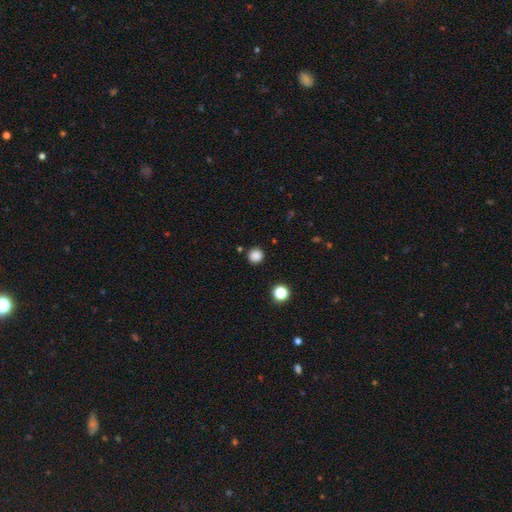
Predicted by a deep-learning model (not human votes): Smooth or featured? smooth (85%)
How rounded? round (93%)
Merging? none (89%)